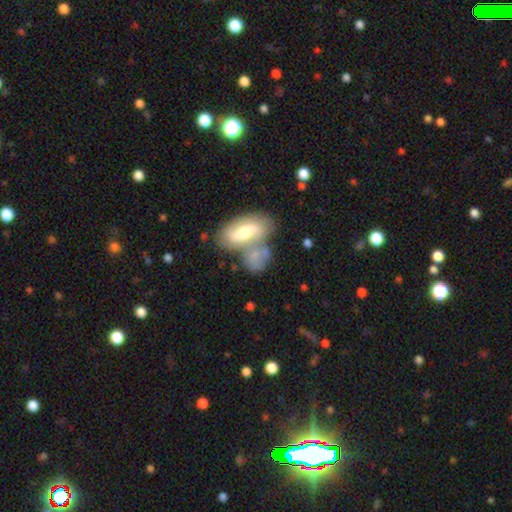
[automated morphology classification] Smooth or featured? smooth (54%)
How rounded? in between (80%)
Merging? merger (44%)